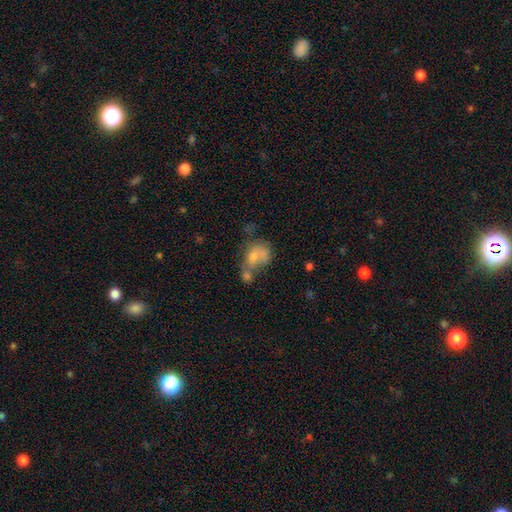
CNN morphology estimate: Smooth or featured? Predicted: smooth (p=0.59). How rounded? Predicted: in between (p=0.64). Merging? Predicted: merger (p=0.51).